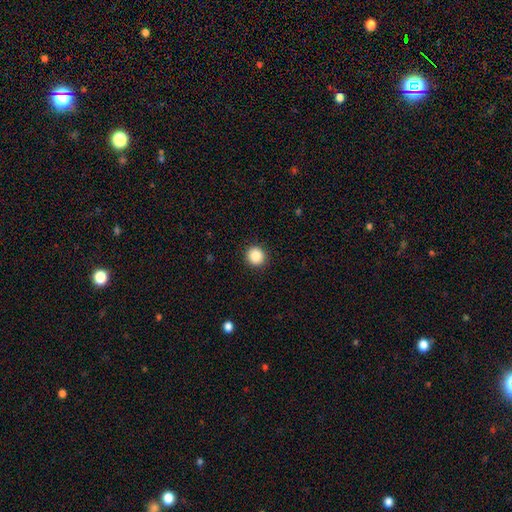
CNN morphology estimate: Smooth or featured?
  - smooth: 86% *
  - star or artifact: 10%
  - featured or disk: 4%
How rounded?
  - round: 93% *
  - in between: 6%
  - cigar-shaped: 1%
Merging?
  - none: 92% *
  - minor disturbance: 5%
  - major disturbance: 2%
  - merger: 1%